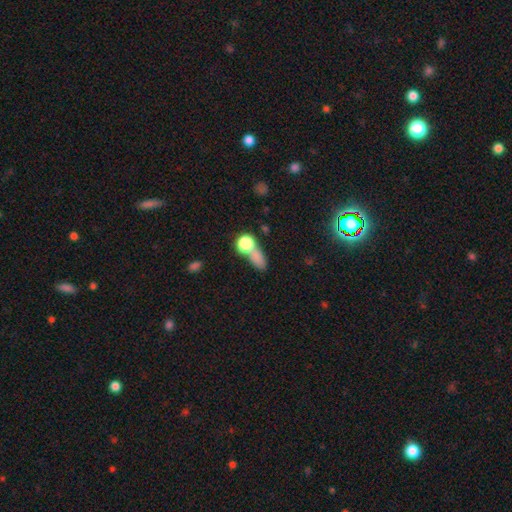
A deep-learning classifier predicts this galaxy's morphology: This appears to be a smooth galaxy with no disk features (75%) that is in between round and cigar-shaped (53%). Merging: none (43%).